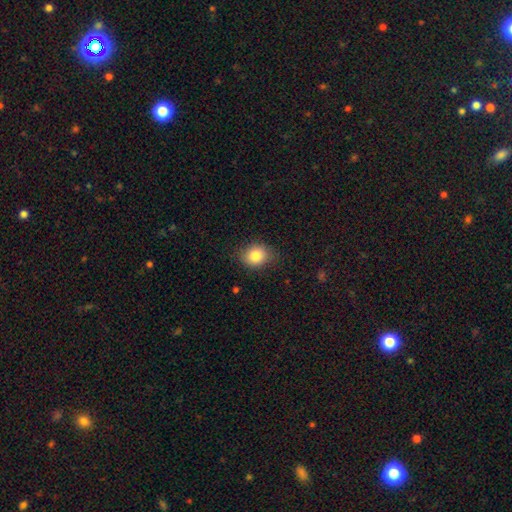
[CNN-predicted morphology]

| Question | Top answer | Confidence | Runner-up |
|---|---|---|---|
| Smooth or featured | smooth | 84% | star or artifact (9%) |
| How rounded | round | 62% | in between (38%) |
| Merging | none | 80% | minor disturbance (15%) |